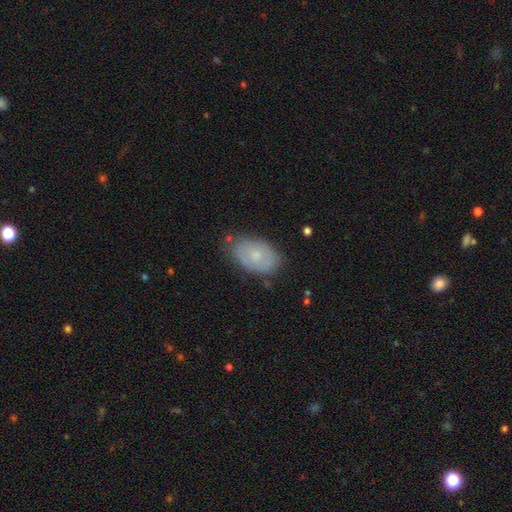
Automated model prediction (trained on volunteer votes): Smooth or featured? smooth (61%)
How rounded? in between (90%)
Merging? none (69%)